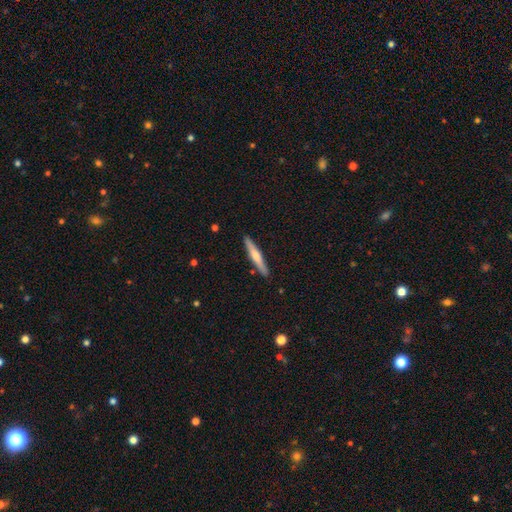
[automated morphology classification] smooth-or-featured: smooth: 49% | featured or disk: 46% | star or artifact: 5%
  merging: none: 90% | minor disturbance: 7% | merger: 1% | major disturbance: 1%